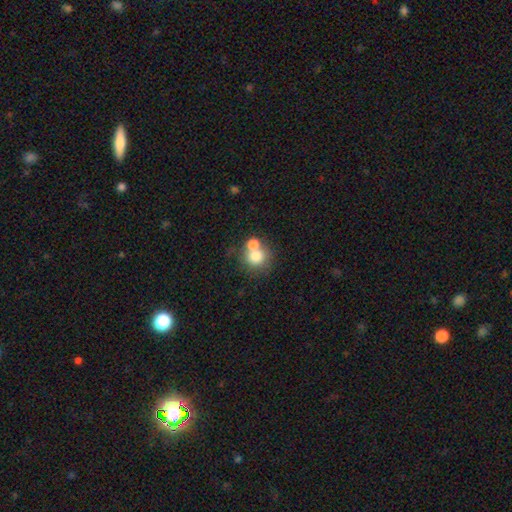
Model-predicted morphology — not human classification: A smooth galaxy with no disk features (75%) that is round (84%).

Vote fractions:
- Smooth or featured? smooth: 75% / featured or disk: 14% / star or artifact: 11%
- How rounded? round: 84% / in between: 15% / cigar-shaped: 1%
- Merging? none: 44% (tied) / merger: 44% (tied) / minor disturbance: 8% / major disturbance: 4%